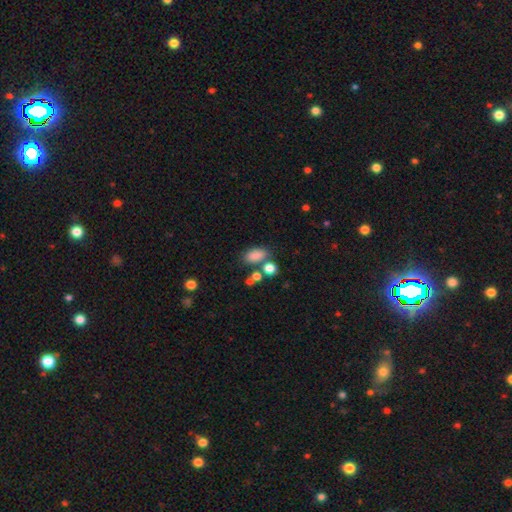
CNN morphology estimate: smooth_or_featured: smooth (p=0.82) [alt: star or artifact p=0.11]
how_rounded: in between (p=0.85) [alt: round p=0.11]
merging: none (p=0.61) [alt: merger p=0.19]